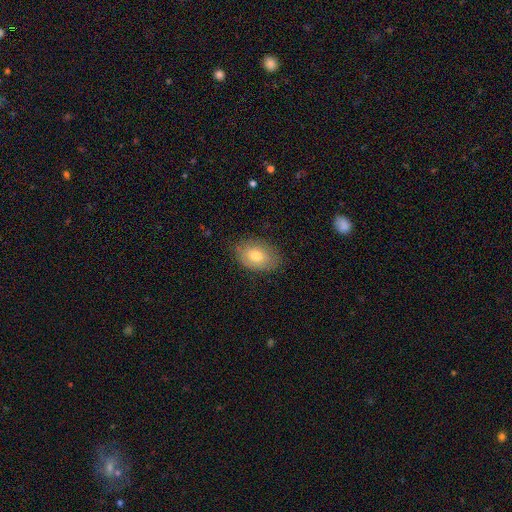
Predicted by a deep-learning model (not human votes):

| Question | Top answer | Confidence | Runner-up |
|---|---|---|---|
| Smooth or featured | smooth | 71% | featured or disk (21%) |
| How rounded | in between | 85% | round (14%) |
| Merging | none | 78% | minor disturbance (17%) |